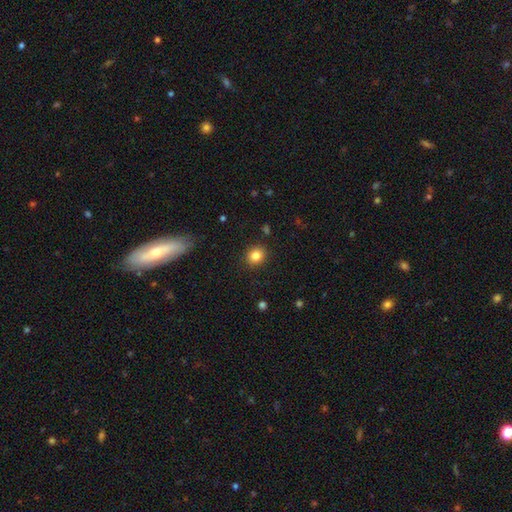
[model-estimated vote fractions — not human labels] A smooth galaxy with no disk features (83%) that is round (74%). Merging: none (89%).